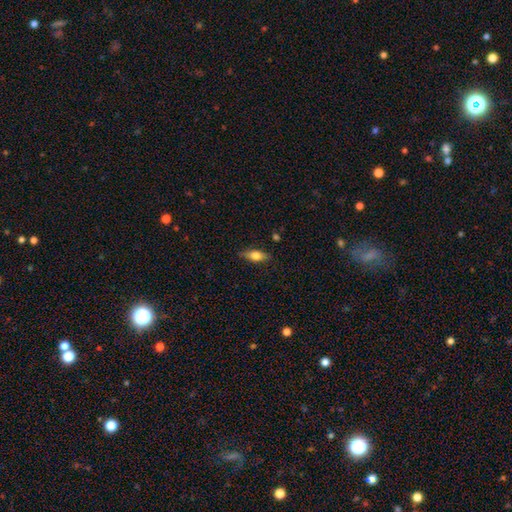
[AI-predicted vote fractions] smooth_or_featured: smooth (p=0.64) [alt: featured or disk p=0.29]
how_rounded: in between (p=0.68) [alt: cigar-shaped p=0.29]
merging: none (p=0.83) [alt: minor disturbance p=0.13]